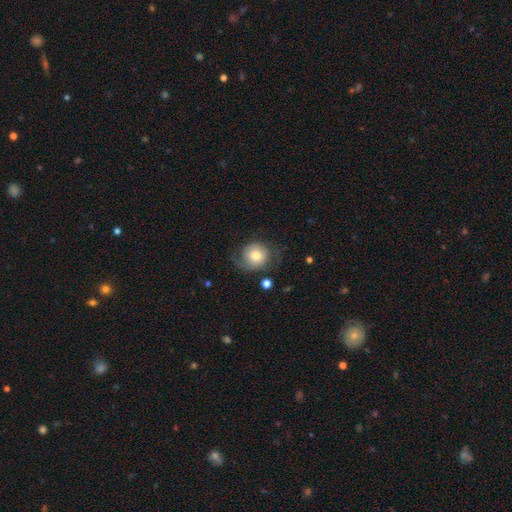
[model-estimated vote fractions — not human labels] A smooth galaxy with no disk features (64%) that is round (85%). Merging: none (57%).